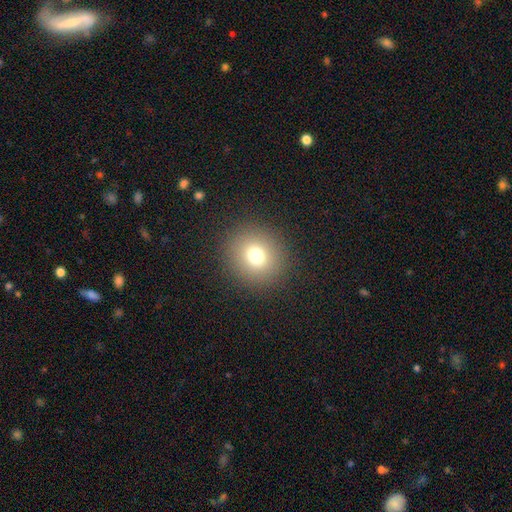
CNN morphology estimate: Q: Smooth or featured?
A: smooth (74%); runner-up: star or artifact (16%)
Q: How rounded?
A: round (88%); runner-up: in between (12%)
Q: Merging?
A: none (89%); runner-up: minor disturbance (6%)